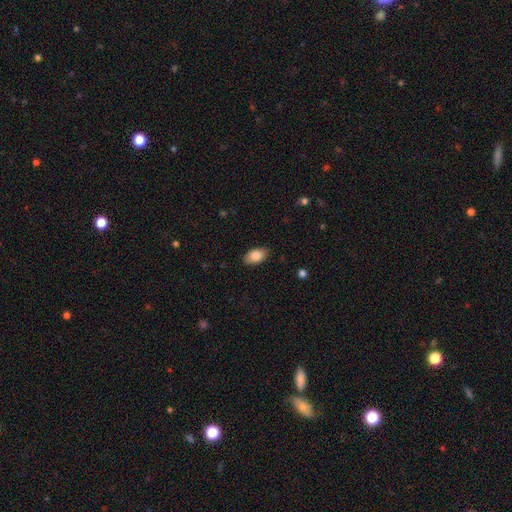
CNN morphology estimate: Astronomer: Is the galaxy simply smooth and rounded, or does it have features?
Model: smooth — 86%.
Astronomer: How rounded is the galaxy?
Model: in between — 93%.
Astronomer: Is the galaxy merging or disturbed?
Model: none — 86%.